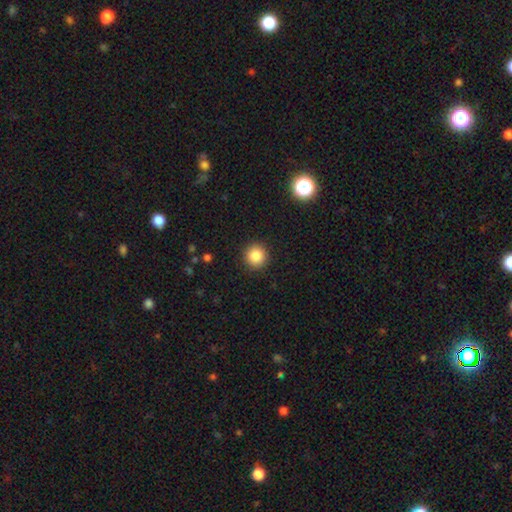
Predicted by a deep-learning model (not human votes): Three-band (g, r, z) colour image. It shows a smooth galaxy with no disk features (85%) that is round (94%). Merging: none (92%).